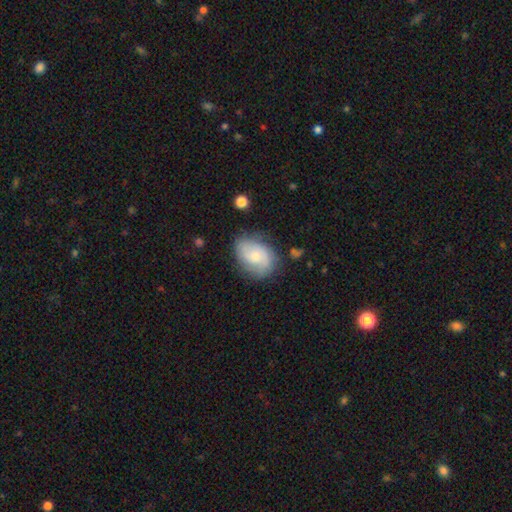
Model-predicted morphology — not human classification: smooth_or_featured: featured or disk (p=0.54) [alt: smooth p=0.39]
disk_edge_on: no (p=0.97) [alt: yes p=0.03]
bar: no (p=0.71) [alt: weak p=0.25]
has_spiral_arms: yes (p=0.85) [alt: no p=0.15]
bulge_size: small (p=0.61) [alt: moderate p=0.33]
merging: none (p=0.70) [alt: minor disturbance p=0.21]